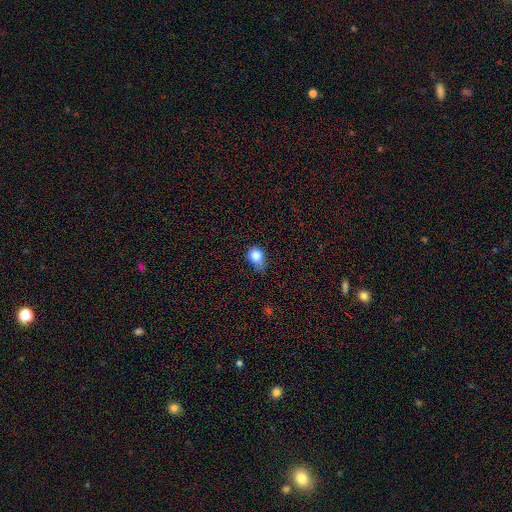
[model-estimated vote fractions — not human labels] Smooth or featured?
  - smooth: 84% *
  - star or artifact: 10%
  - featured or disk: 6%
How rounded?
  - round: 51% *
  - in between: 48%
  - cigar-shaped: 1%
Merging?
  - minor disturbance: 44% *
  - none: 42%
  - major disturbance: 11%
  - merger: 3%